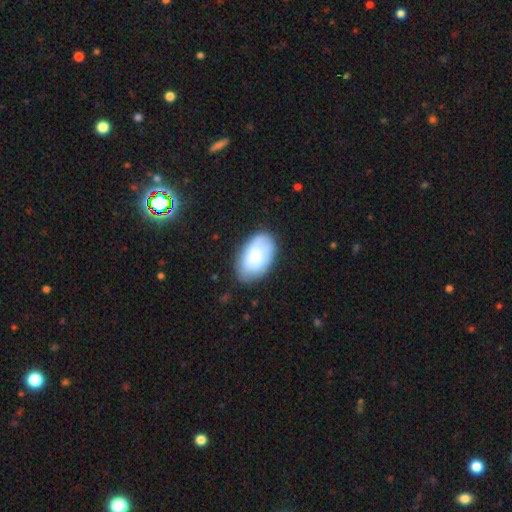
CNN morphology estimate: type=smooth (68%); roundness=in between (92%); merging=none (72%).